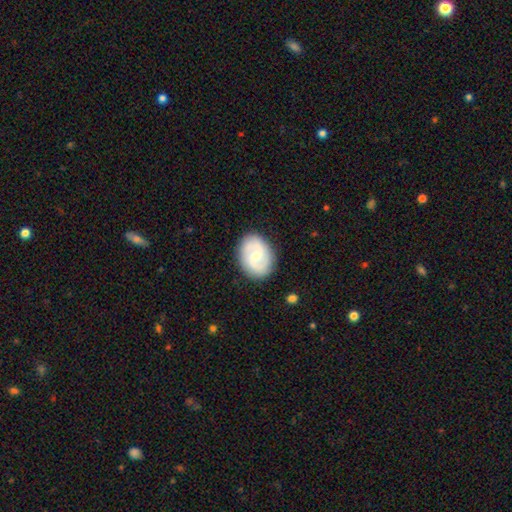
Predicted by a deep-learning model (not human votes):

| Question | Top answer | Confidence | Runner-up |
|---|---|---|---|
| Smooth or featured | featured or disk | 71% | smooth (24%) |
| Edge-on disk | no | 97% | yes (3%) |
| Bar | weak | 49% | no (42%) |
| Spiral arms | yes | 91% | no (9%) |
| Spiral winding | medium | 48% | tight (26%) |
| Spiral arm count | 2 | 88% | can't tell (6%) |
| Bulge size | small | 52% | moderate (42%) |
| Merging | none | 85% | minor disturbance (11%) |